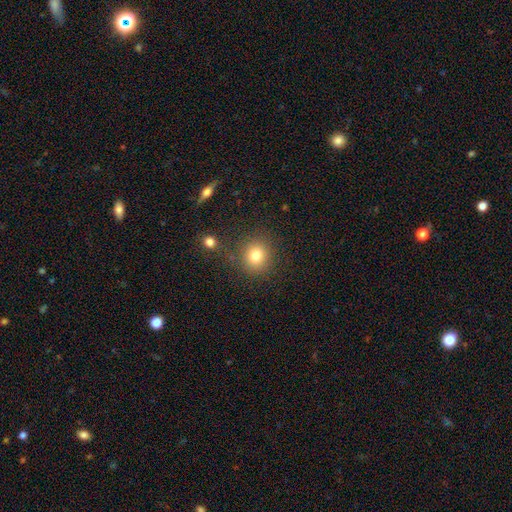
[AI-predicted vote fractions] Smooth or featured: smooth — 80% (star or artifact — 13%)
How rounded: round — 86% (in between — 13%)
Merging: none — 83% (minor disturbance — 9%)